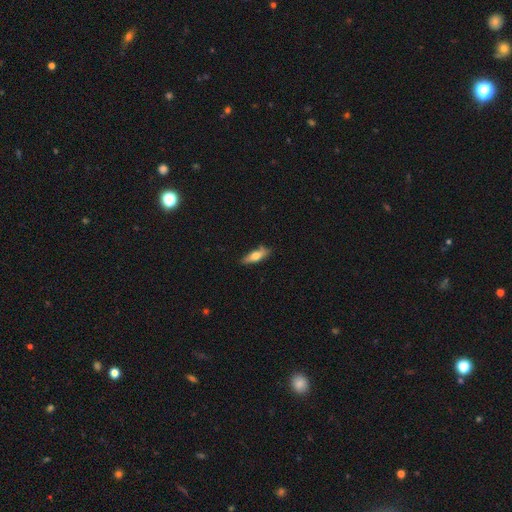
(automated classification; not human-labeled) A smooth galaxy with no disk features (63%) that is in between round and cigar-shaped (51%). Merging: none (77%).